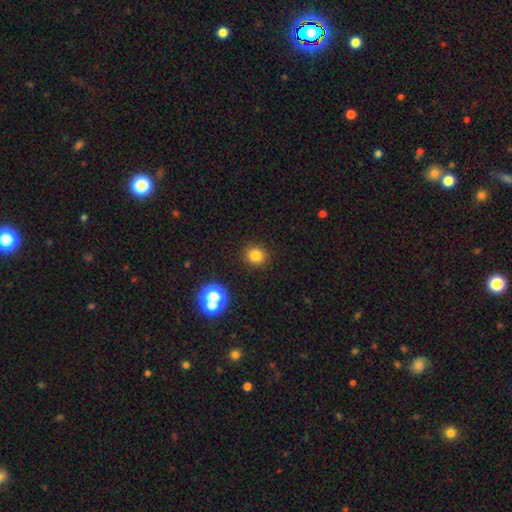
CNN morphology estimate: A smooth galaxy with no disk features (80%) that is round (86%).

Vote fractions:
- Smooth or featured? smooth: 80% / star or artifact: 15% / featured or disk: 6%
- How rounded? round: 86% / in between: 13% / cigar-shaped: 1%
- Merging? none: 90% / minor disturbance: 6% / major disturbance: 2% / merger: 2%